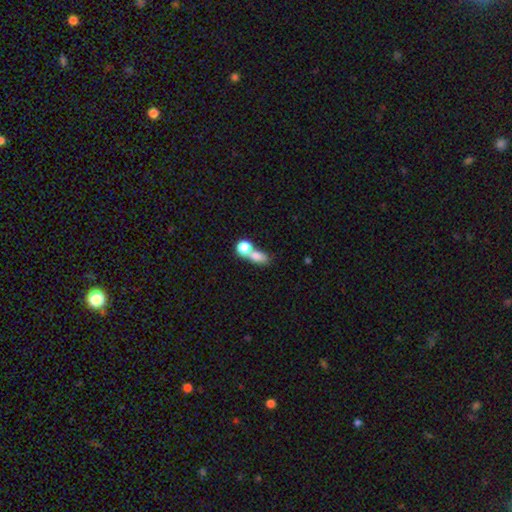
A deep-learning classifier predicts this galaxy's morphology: smooth-or-featured: smooth: 77% | featured or disk: 13% | star or artifact: 10%
  how-rounded: in between: 62% | round: 31% | cigar-shaped: 8%
  merging: merger: 60% | none: 27% | minor disturbance: 8% | major disturbance: 6%